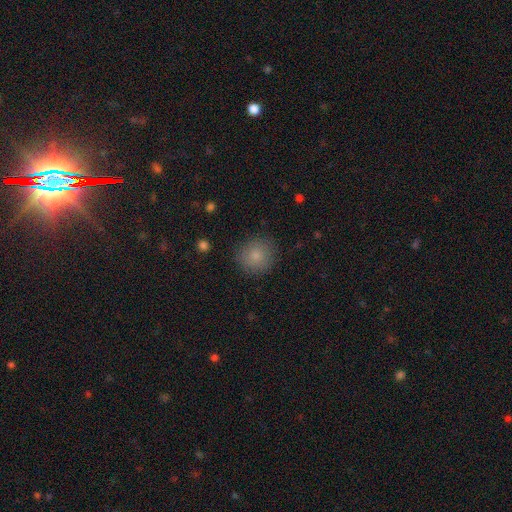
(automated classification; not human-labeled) This appears to be a smooth galaxy with no disk features (83%) that is round (90%). Merging: none (86%).